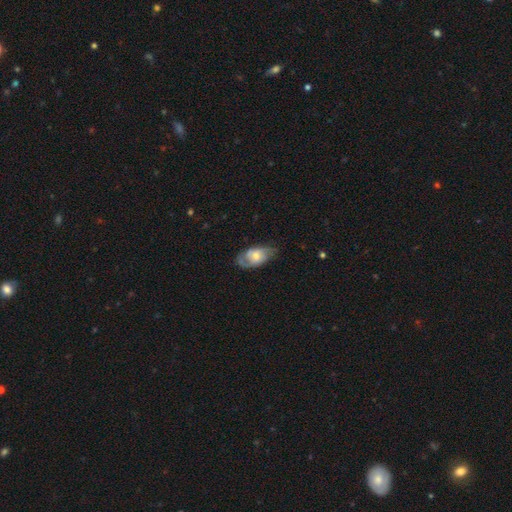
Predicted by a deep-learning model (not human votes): Smooth or featured?
  - featured or disk: 53% *
  - smooth: 41%
  - star or artifact: 6%
Edge-on disk?
  - no: 91% *
  - yes: 9%
Merging?
  - none: 63% *
  - minor disturbance: 26%
  - major disturbance: 10%
  - merger: 2%